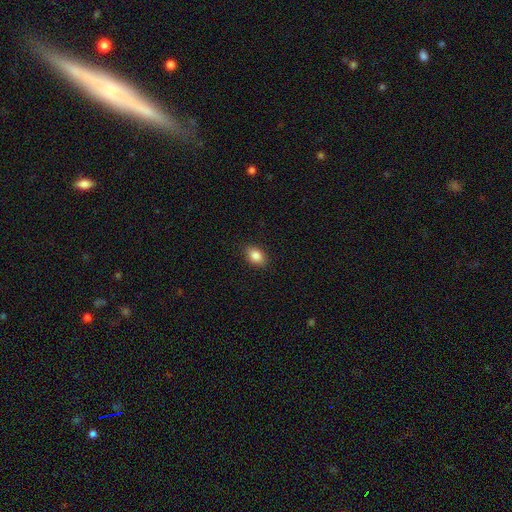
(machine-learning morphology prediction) Overall: smooth (85%). How rounded: in between (80%). Merging: none (88%).